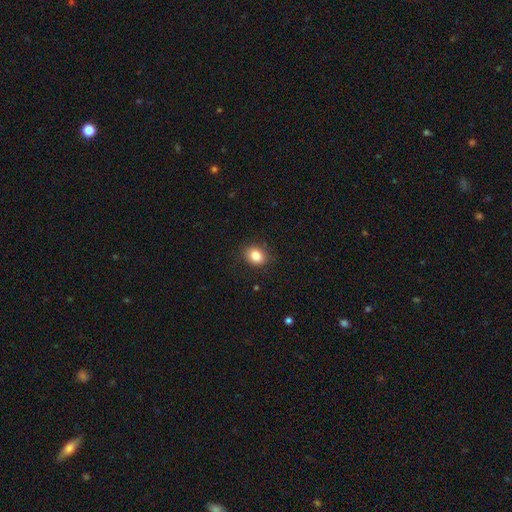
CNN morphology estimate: type=smooth (86%); roundness=in between (57%); merging=none (86%).